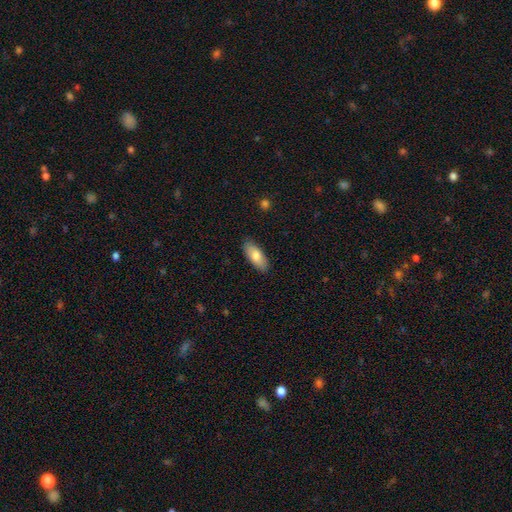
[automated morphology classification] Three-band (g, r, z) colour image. It shows a smooth galaxy with no disk features (77%) that is in between round and cigar-shaped (82%). Merging: none (87%).